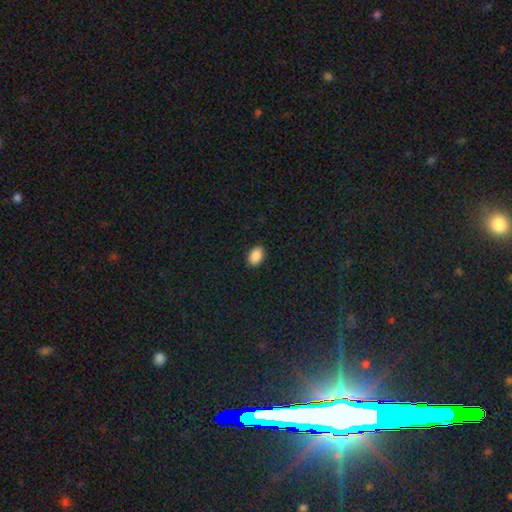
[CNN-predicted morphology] Smooth or featured? smooth (89%)
How rounded? in between (83%)
Merging? none (89%)